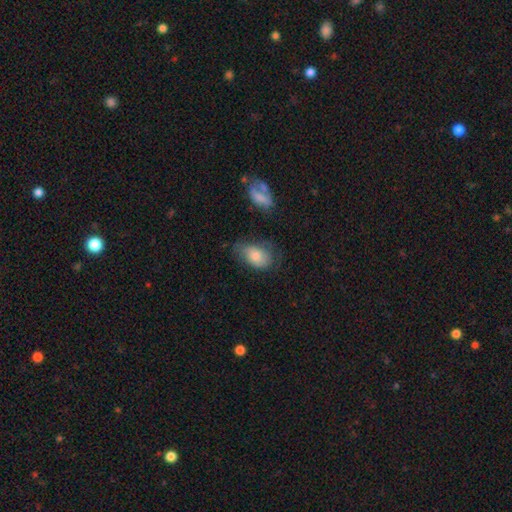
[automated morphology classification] Smooth or featured? smooth (74%)
How rounded? in between (87%)
Merging? none (45%)